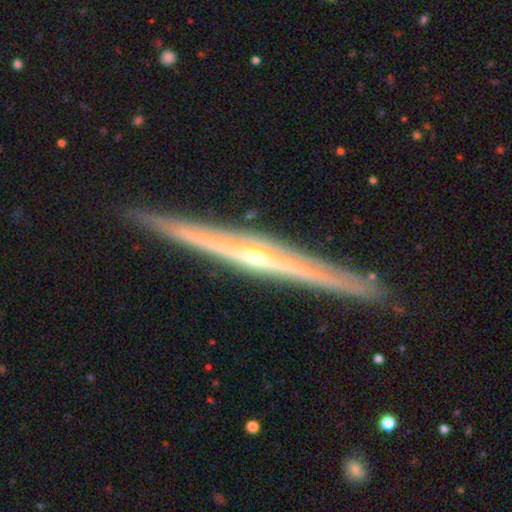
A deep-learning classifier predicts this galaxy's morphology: This is clearly a featured or disk galaxy (85%). It is clearly viewed edge-on (98%). Edge-on bulge: likely rounded (63%). Merging: clearly none (91%).